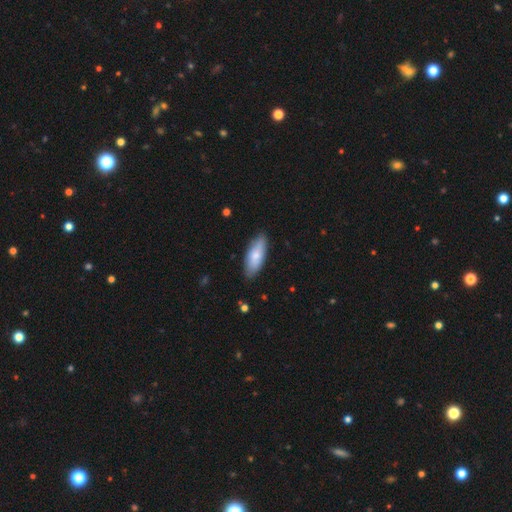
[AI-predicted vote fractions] Overall: smooth (76%). How rounded: in between (73%). Merging: none (84%).